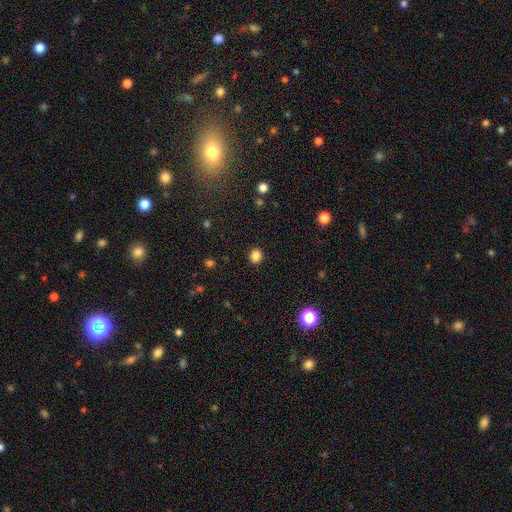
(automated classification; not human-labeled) This appears to be a smooth galaxy with no disk features (85%) that is round (73%). Merging: none (91%).